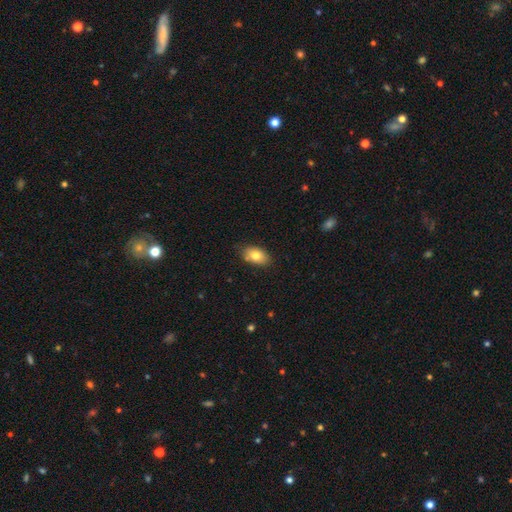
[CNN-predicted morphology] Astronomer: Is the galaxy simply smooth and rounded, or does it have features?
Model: smooth — 78%.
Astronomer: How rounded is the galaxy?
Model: in between — 90%.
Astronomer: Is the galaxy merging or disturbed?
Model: none — 80%.